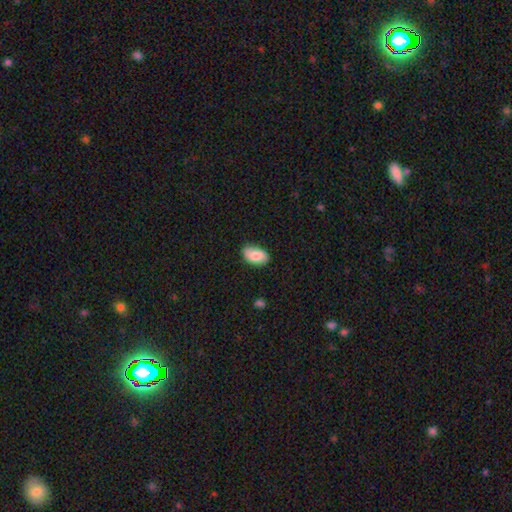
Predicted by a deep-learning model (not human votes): Overall: smooth (82%). How rounded: in between (93%). Merging: none (75%).